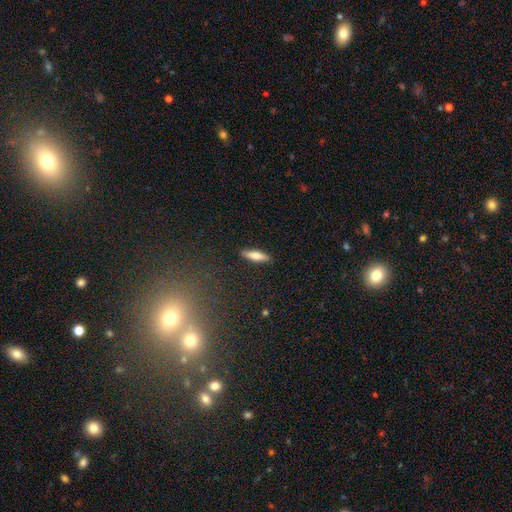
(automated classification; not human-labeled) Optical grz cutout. It shows a smooth galaxy with no disk features (67%) that is cigar-shaped (68%). Merging: none (90%).